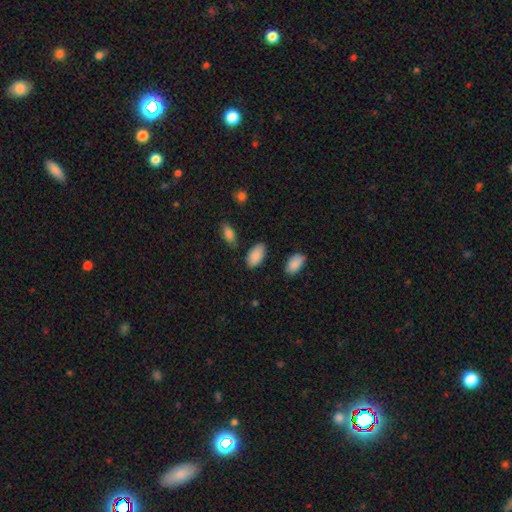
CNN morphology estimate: smooth_or_featured: smooth (p=0.89) [alt: star or artifact p=0.07]
how_rounded: in between (p=0.95) [alt: round p=0.03]
merging: none (p=0.83) [alt: minor disturbance p=0.11]